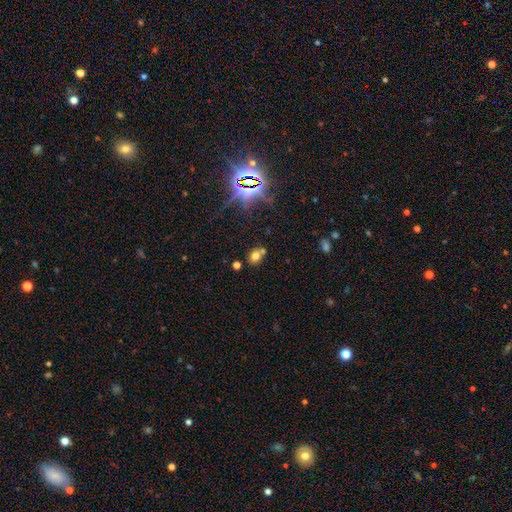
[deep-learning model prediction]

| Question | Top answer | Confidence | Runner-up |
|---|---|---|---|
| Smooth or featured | smooth | 69% | star or artifact (20%) |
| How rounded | in between | 55% | round (44%) |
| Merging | none | 62% | merger (22%) |